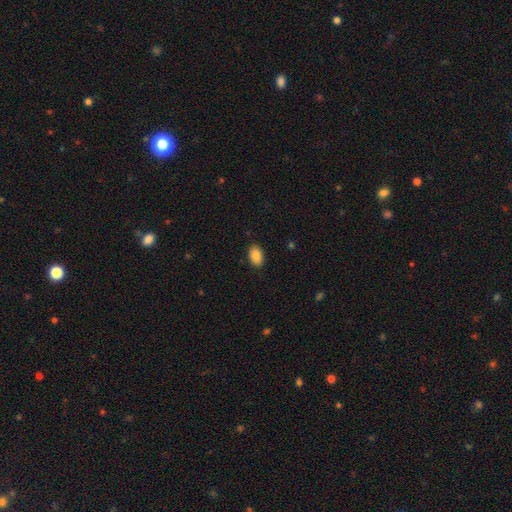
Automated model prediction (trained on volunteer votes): Q: Smooth or featured?
A: smooth (87%); runner-up: star or artifact (7%)
Q: How rounded?
A: in between (90%); runner-up: round (9%)
Q: Merging?
A: none (89%); runner-up: minor disturbance (8%)